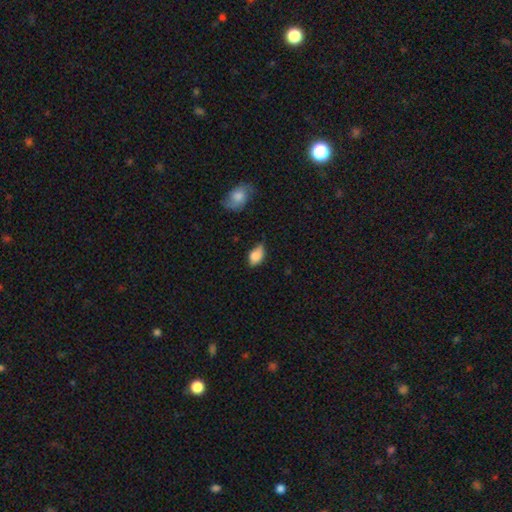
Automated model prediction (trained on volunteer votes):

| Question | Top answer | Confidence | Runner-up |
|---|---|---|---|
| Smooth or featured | smooth | 81% | featured or disk (11%) |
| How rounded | in between | 88% | round (10%) |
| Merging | none | 48% | minor disturbance (40%) |